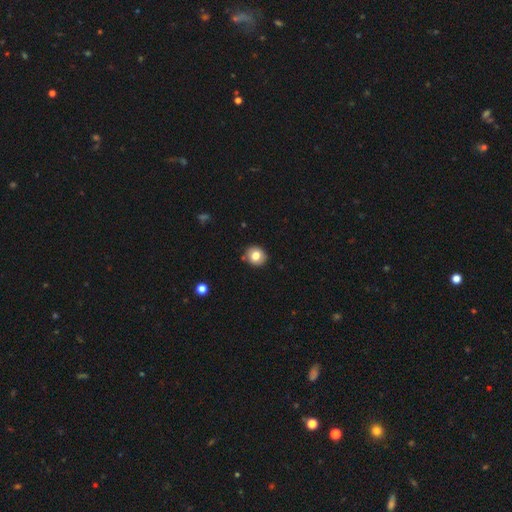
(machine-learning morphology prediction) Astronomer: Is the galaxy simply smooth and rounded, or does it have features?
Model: smooth — 80%.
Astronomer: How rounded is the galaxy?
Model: round — 84%.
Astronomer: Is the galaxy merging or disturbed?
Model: none — 86%.